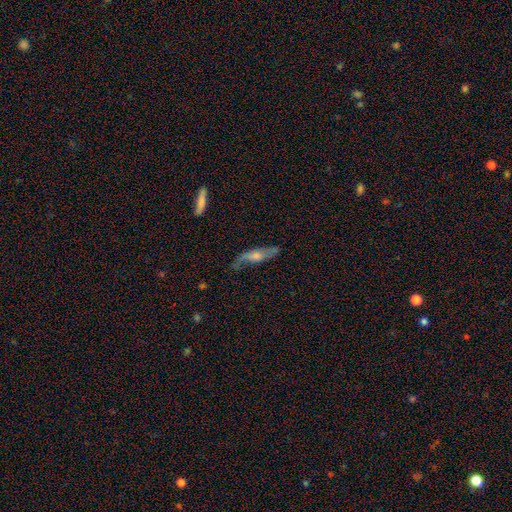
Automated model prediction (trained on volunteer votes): A featured or disk galaxy (65%).

Vote fractions:
- Smooth or featured? featured or disk: 65% / smooth: 27% / star or artifact: 8%
- Edge-on disk? no: 55% / yes: 45%
- Merging? none: 61% / minor disturbance: 25% / major disturbance: 11% / merger: 2%